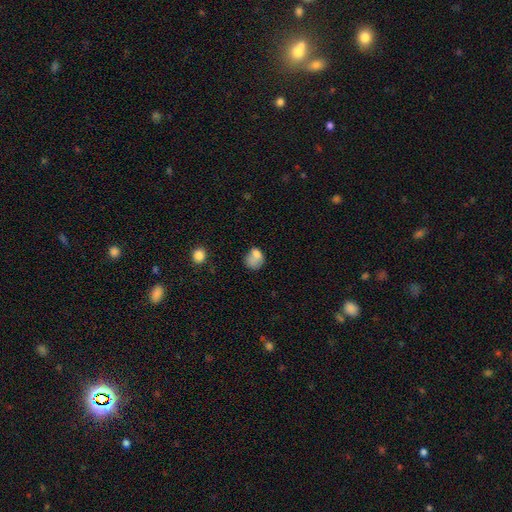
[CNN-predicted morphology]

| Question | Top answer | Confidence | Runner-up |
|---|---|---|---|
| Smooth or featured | smooth | 73% | featured or disk (16%) |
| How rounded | round | 58% | in between (40%) |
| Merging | none | 36% | minor disturbance (24%) |